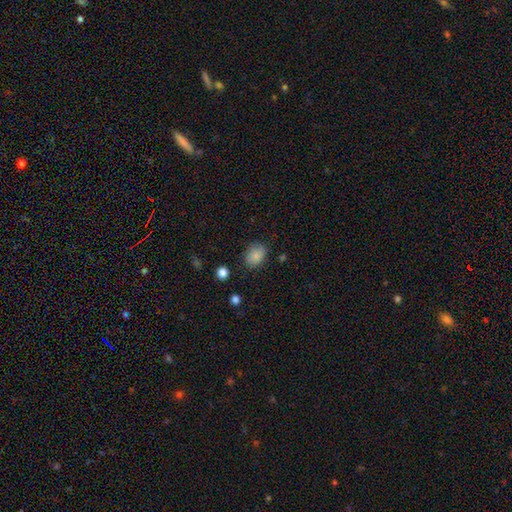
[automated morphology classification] This is clearly a smooth galaxy (85%). How rounded: likely in between (65%). Merging: likely none (77%).